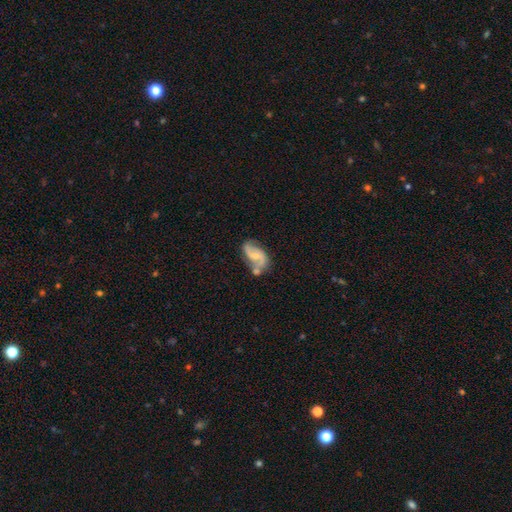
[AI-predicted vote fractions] This appears to be a featured or disk galaxy (77%) with a weak bar (44%), 2 (89%) loose (44%) spiral arms (93%) and a small central bulge (54%). Merging: none (46%).